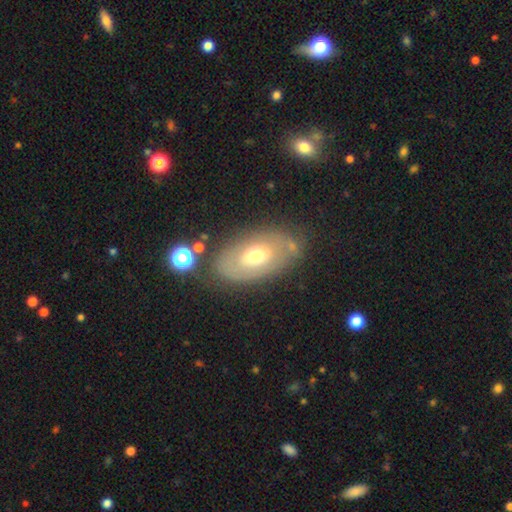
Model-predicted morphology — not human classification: Smooth or featured? smooth (46%, tied with featured or disk)
Merging? none (70%)